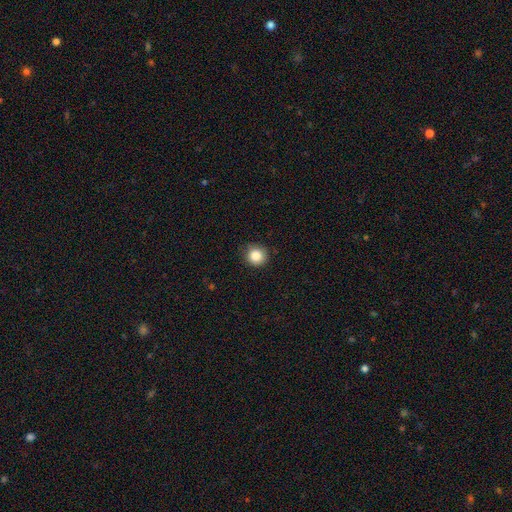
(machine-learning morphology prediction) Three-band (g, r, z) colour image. It shows a smooth galaxy with no disk features (86%) that is round (93%). Merging: none (86%).